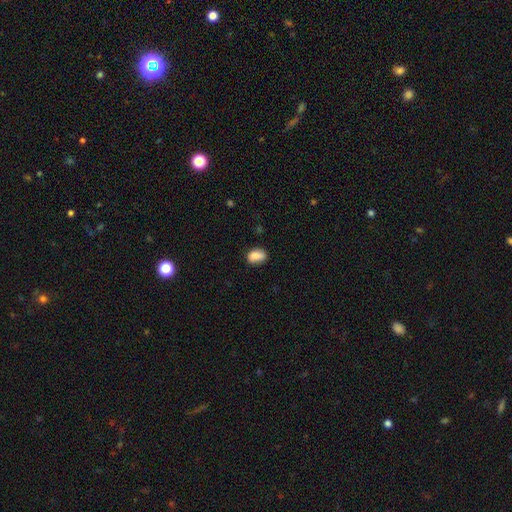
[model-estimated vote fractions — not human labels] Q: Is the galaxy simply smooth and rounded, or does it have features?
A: smooth — 84%.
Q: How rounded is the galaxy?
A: in between — 79%.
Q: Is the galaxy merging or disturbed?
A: none — 68%.